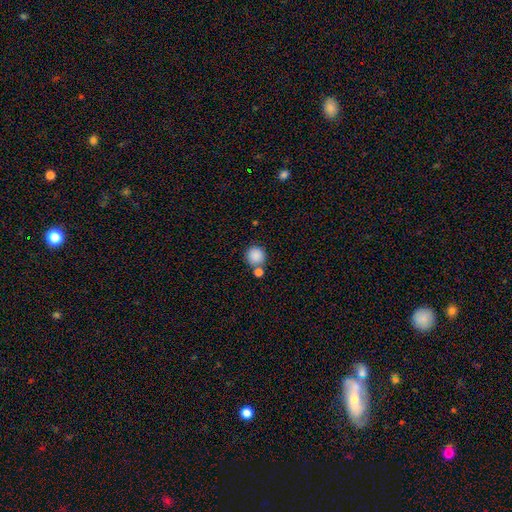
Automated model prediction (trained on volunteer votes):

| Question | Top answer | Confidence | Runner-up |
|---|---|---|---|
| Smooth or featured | smooth | 87% | star or artifact (9%) |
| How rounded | round | 93% | in between (6%) |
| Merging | none | 68% | merger (20%) |